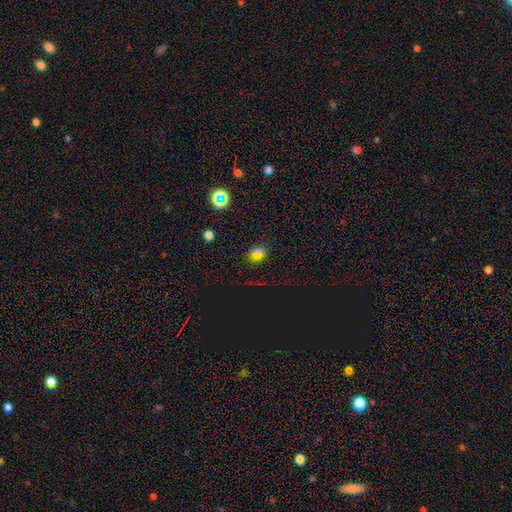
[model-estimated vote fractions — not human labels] Overall: star or artifact (46%; smooth 45%).